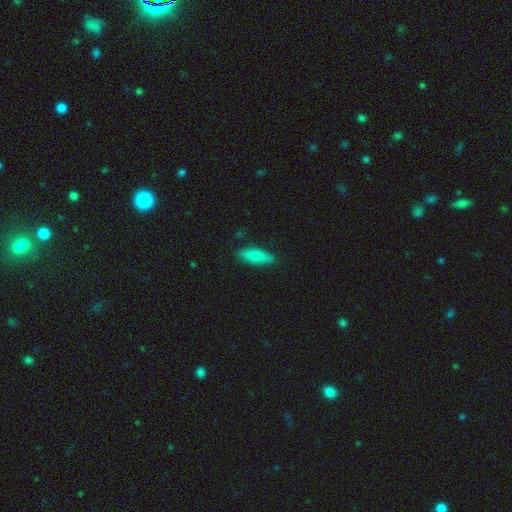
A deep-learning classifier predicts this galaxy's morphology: A smooth galaxy with no disk features (77%) that is in between round and cigar-shaped (52%).

Vote fractions:
- Smooth or featured? smooth: 77% / featured or disk: 17% / star or artifact: 6%
- How rounded? in between: 52% / cigar-shaped: 46% / round: 2%
- Merging? none: 85% / minor disturbance: 12% / major disturbance: 2% / merger: 1%